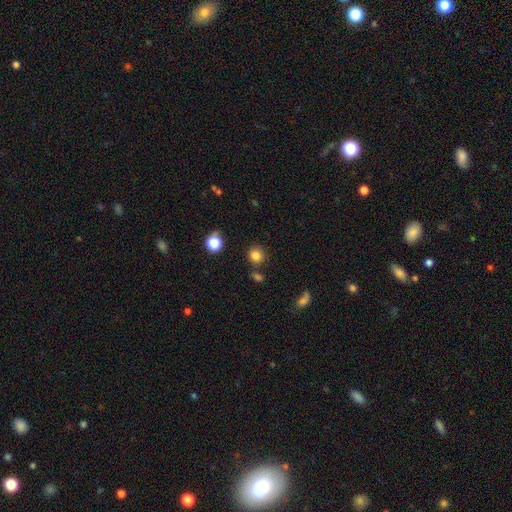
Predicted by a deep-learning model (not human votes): Smooth or featured? Predicted: smooth (p=0.82). How rounded? Predicted: round (p=0.90). Merging? Predicted: none (p=0.81).